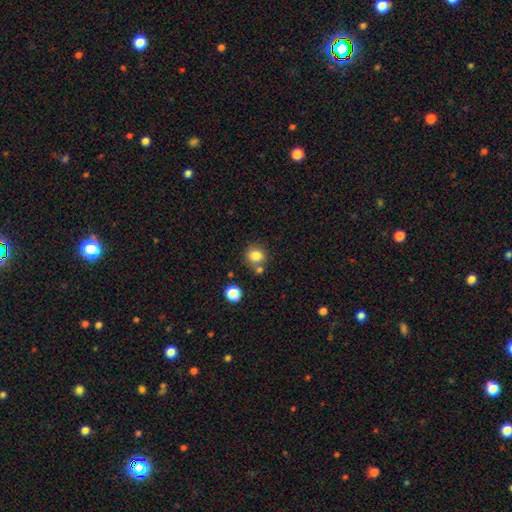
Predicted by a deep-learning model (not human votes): smooth 83%, star or artifact 11%, featured or disk 6%. Down the decision tree: how rounded — round (80%); merging — none (68%).